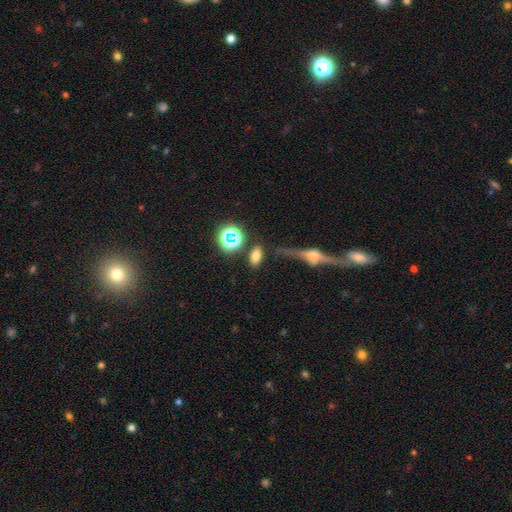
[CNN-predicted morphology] Smooth or featured?
  - smooth: 70% *
  - star or artifact: 16%
  - featured or disk: 14%
How rounded?
  - in between: 84% *
  - round: 10%
  - cigar-shaped: 6%
Merging?
  - none: 76% *
  - minor disturbance: 12%
  - merger: 7%
  - major disturbance: 5%